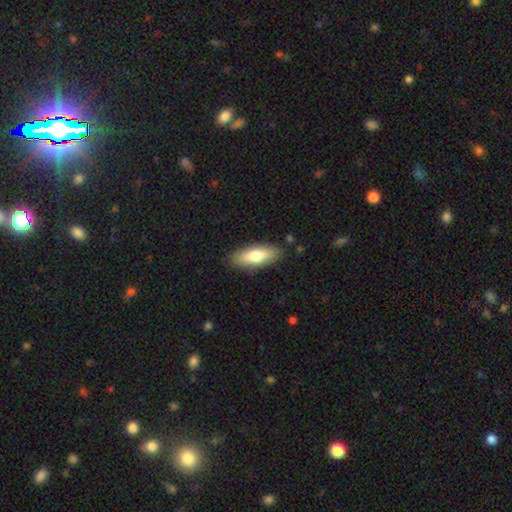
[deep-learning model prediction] Smooth or featured? smooth (72%)
How rounded? in between (67%)
Merging? none (86%)